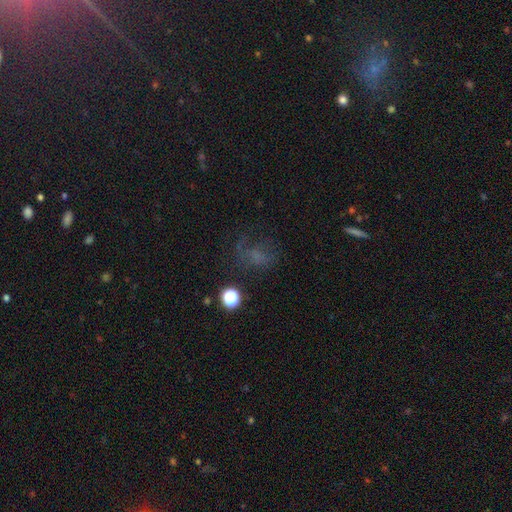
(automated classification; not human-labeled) Morphology: type=smooth (41%); merging=none (49%).